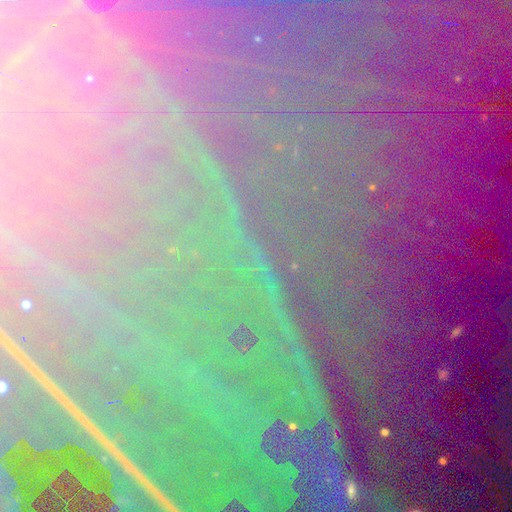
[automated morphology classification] Smooth or featured: star or artifact — 86% (featured or disk — 8%)